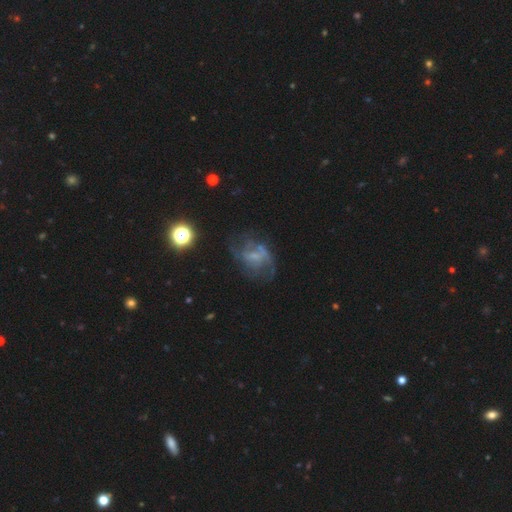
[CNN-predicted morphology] featured or disk 66%, smooth 19%, star or artifact 15%. Down the decision tree: edge-on disk — no (97%); bar — no (50%); spiral arms — yes (62%); bulge size — none (40%); merging — none (45%).